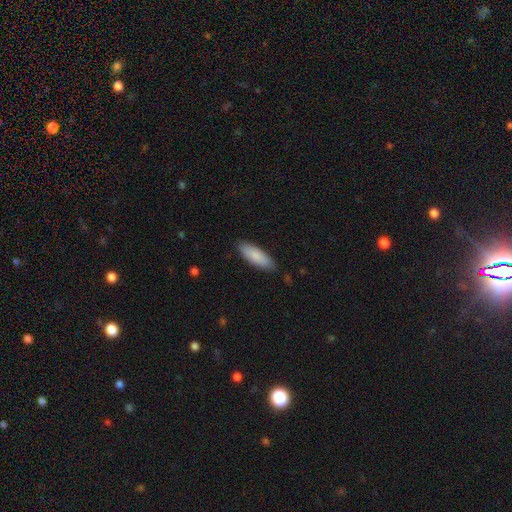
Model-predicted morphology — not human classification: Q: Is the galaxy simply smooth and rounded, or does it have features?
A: smooth — 86%.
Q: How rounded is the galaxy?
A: in between — 63%.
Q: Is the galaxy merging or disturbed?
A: none — 85%.